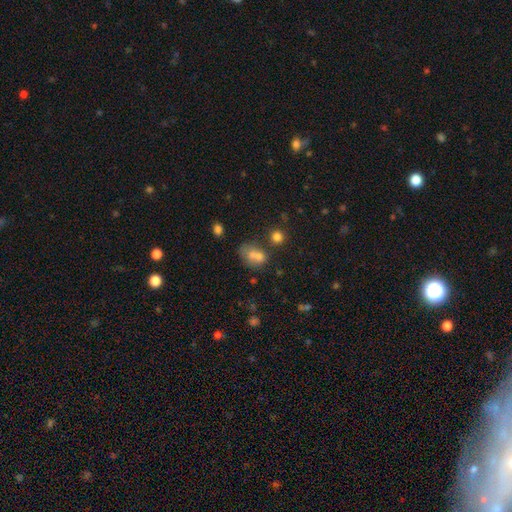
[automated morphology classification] smooth-or-featured: smooth: 69% | featured or disk: 17% | star or artifact: 14%
  how-rounded: in between: 62% | round: 36% | cigar-shaped: 2%
  merging: merger: 47% | none: 29% | minor disturbance: 14% | major disturbance: 10%